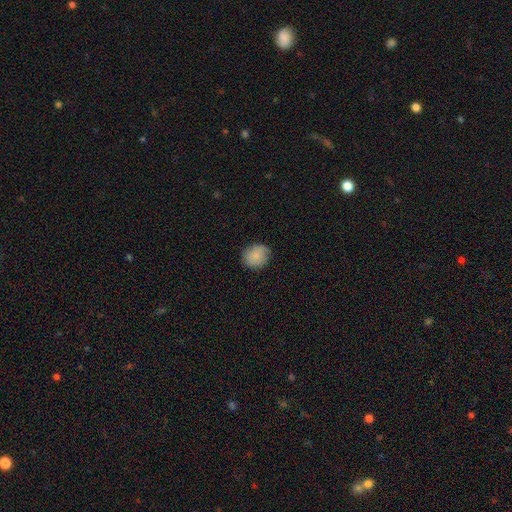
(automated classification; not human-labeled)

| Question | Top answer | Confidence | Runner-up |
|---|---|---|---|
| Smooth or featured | smooth | 85% | star or artifact (8%) |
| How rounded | round | 72% | in between (27%) |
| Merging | none | 78% | minor disturbance (18%) |